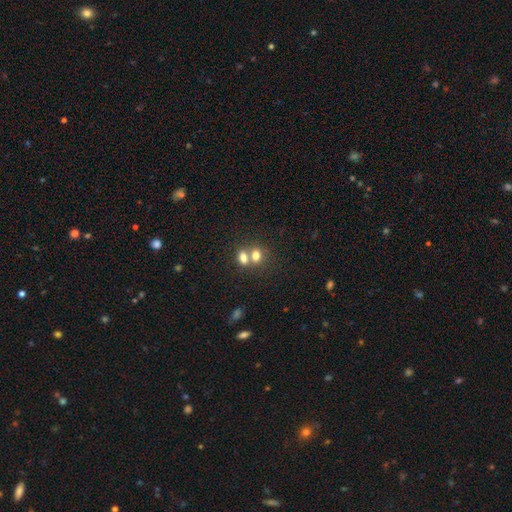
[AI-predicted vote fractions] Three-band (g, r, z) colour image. It shows a smooth galaxy with no disk features (74%) that is in between round and cigar-shaped (58%). Merging: merger (59%).